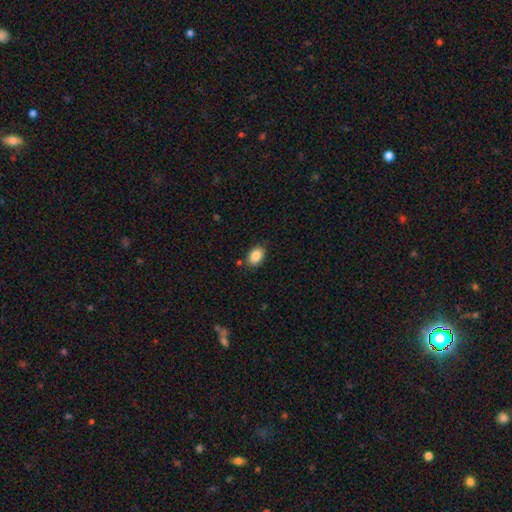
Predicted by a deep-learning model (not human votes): Q: Smooth or featured?
A: smooth (88%); runner-up: star or artifact (8%)
Q: How rounded?
A: in between (83%); runner-up: round (16%)
Q: Merging?
A: none (83%); runner-up: minor disturbance (12%)